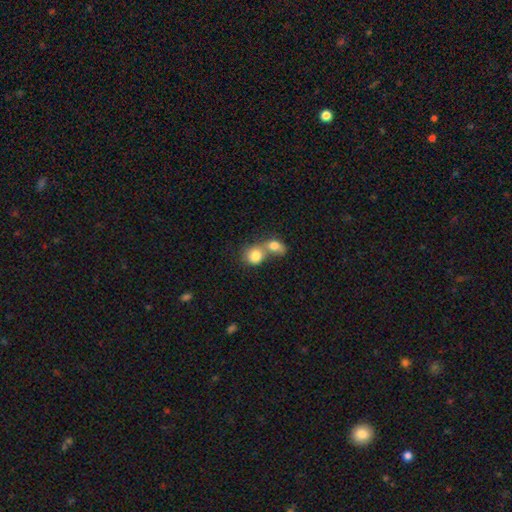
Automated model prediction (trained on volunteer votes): Overall: smooth (81%). How rounded: round (67%; in between 32%). Merging: merger (67%).